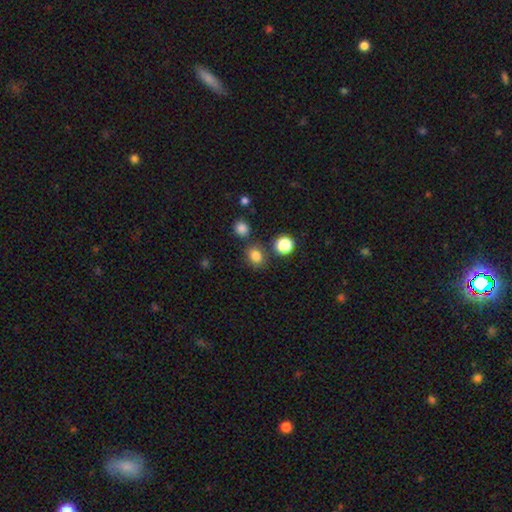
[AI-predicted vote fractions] smooth 81%, star or artifact 14%, featured or disk 5%. Down the decision tree: how rounded — round (59%); merging — none (76%).